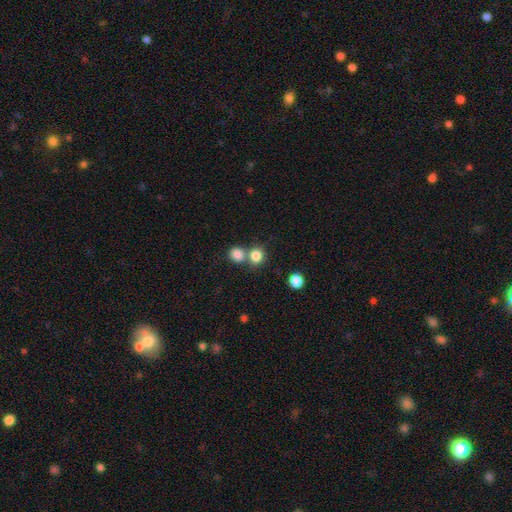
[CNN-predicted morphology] Smooth or featured? smooth (82%)
How rounded? round (81%)
Merging? none (52%)